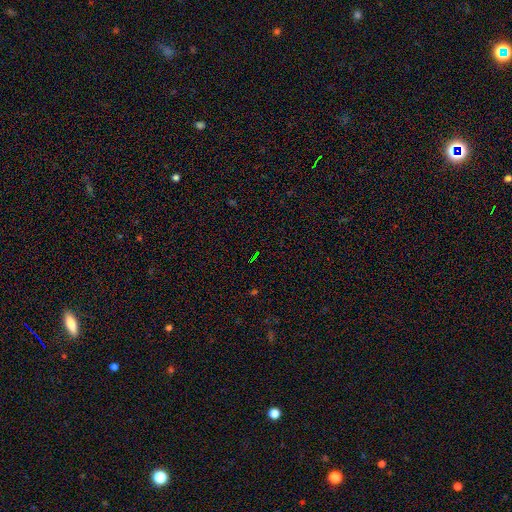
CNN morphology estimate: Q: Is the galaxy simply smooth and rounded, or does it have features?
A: star or artifact — 74%.